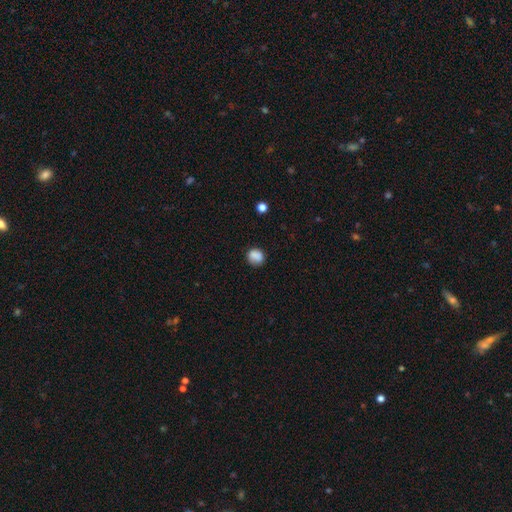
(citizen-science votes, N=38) Smooth or featured?
  - smooth: 87% *
  - star or artifact: 8%
  - featured or disk: 5%
How rounded?
  - round: 85% *
  - in between: 15%
  - cigar-shaped: 0%
Merging?
  - none: 77% *
  - minor disturbance: 14%
  - major disturbance: 6%
  - merger: 3%